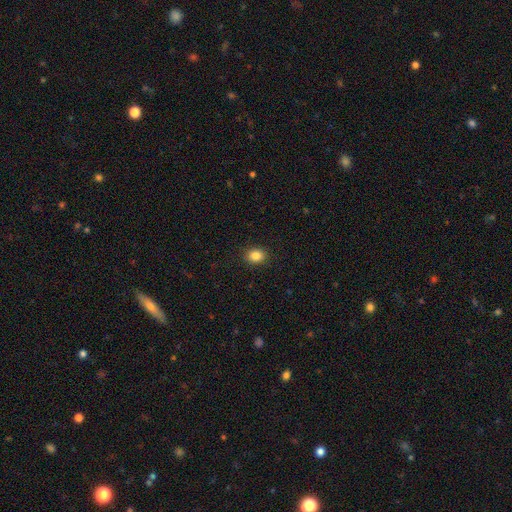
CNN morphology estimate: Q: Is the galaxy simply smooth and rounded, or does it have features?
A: smooth — 86%.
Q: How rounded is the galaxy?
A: round — 60%.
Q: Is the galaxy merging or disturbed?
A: none — 91%.